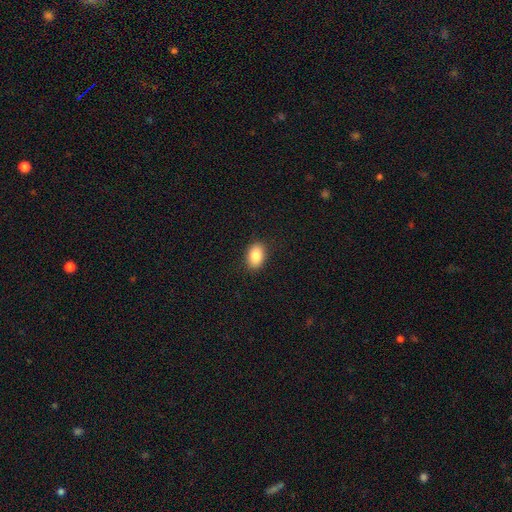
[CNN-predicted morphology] Smooth or featured? Predicted: smooth (p=0.85). How rounded? Predicted: in between (p=0.84). Merging? Predicted: none (p=0.89).